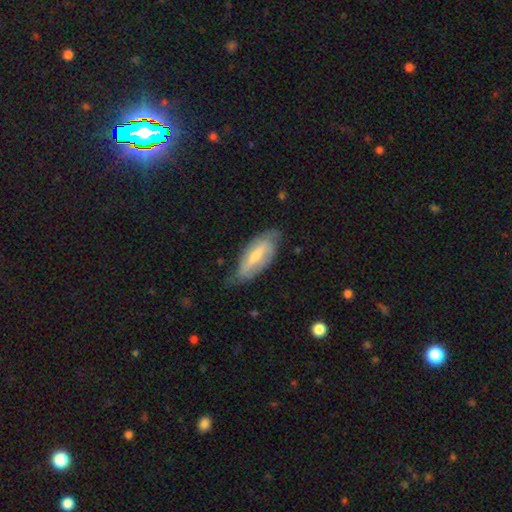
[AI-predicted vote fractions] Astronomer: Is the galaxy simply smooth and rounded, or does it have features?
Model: featured or disk — 56% (runner-up: smooth, 38%).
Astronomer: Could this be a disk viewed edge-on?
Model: no — 80%.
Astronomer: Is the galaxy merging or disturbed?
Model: none — 59%.